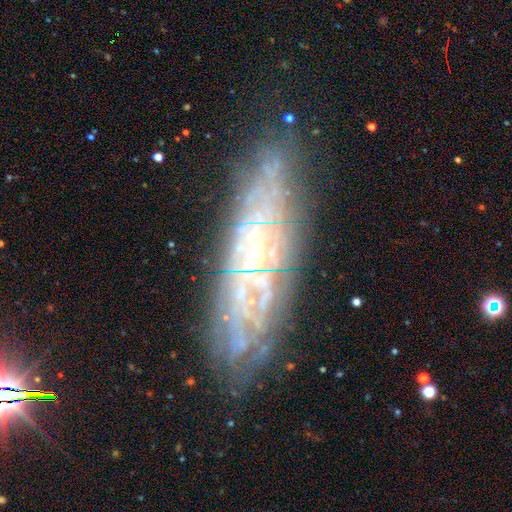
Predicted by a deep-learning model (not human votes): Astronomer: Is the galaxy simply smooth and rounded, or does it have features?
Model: featured or disk — 74%.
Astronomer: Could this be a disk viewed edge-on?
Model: no — 59% (runner-up: yes, 41%).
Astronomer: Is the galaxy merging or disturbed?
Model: none — 79%.